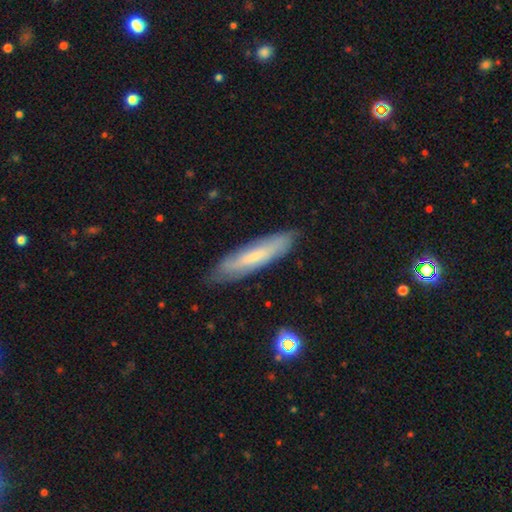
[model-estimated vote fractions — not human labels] Morphology: type=smooth (55%); roundness=cigar-shaped (77%); merging=none (81%).